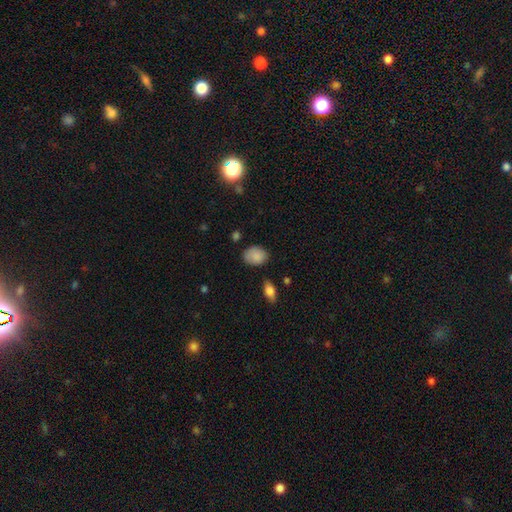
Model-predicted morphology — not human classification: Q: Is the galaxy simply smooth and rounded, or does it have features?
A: smooth — 86%.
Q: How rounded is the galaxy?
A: in between — 70%.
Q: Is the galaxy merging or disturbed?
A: none — 73%.